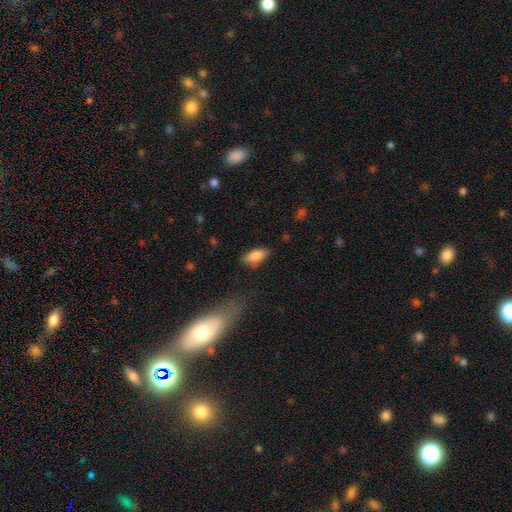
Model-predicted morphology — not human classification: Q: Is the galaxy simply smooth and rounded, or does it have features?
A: smooth — 84%.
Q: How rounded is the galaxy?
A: in between — 88%.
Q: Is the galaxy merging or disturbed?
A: none — 72%.